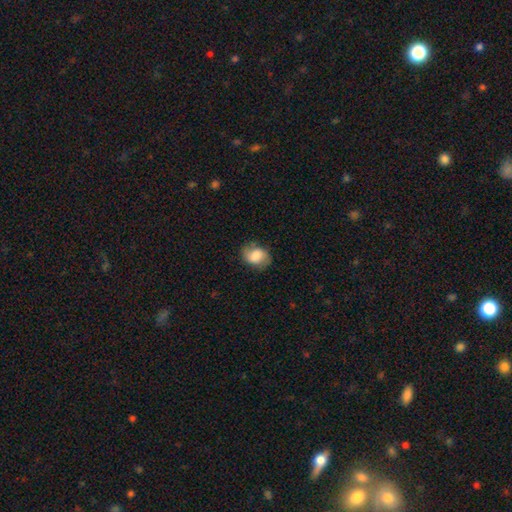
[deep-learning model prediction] Smooth or featured?
  - smooth: 72% *
  - featured or disk: 21%
  - star or artifact: 8%
How rounded?
  - in between: 64% *
  - round: 35%
  - cigar-shaped: 1%
Merging?
  - none: 70% *
  - minor disturbance: 22%
  - major disturbance: 6%
  - merger: 1%